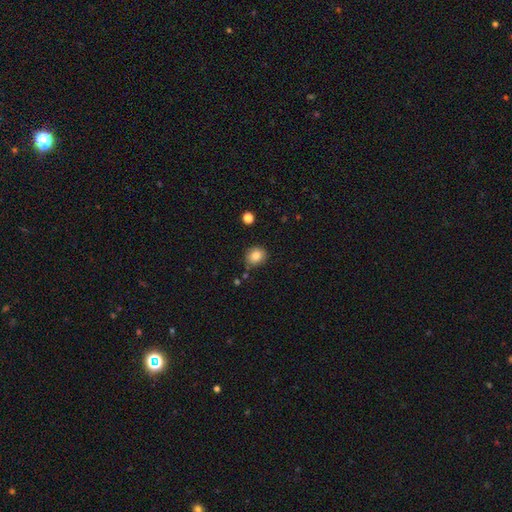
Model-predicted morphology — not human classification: A smooth galaxy with no disk features (84%) that is round (70%).

Vote fractions:
- Smooth or featured? smooth: 84% / star or artifact: 10% / featured or disk: 6%
- How rounded? round: 70% / in between: 29% / cigar-shaped: 1%
- Merging? none: 80% / minor disturbance: 13% / merger: 4% / major disturbance: 3%